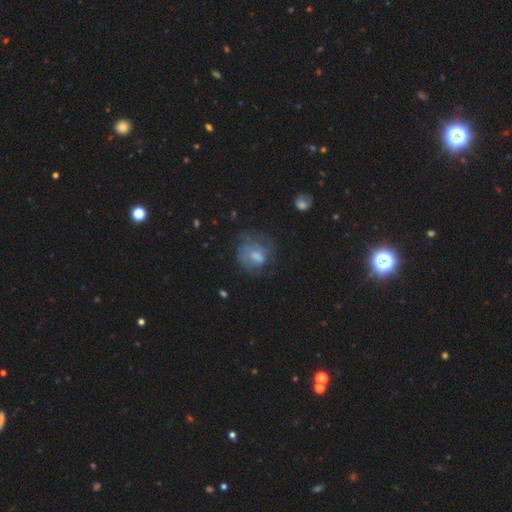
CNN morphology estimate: Smooth or featured? smooth (50%)
Merging? none (46%)